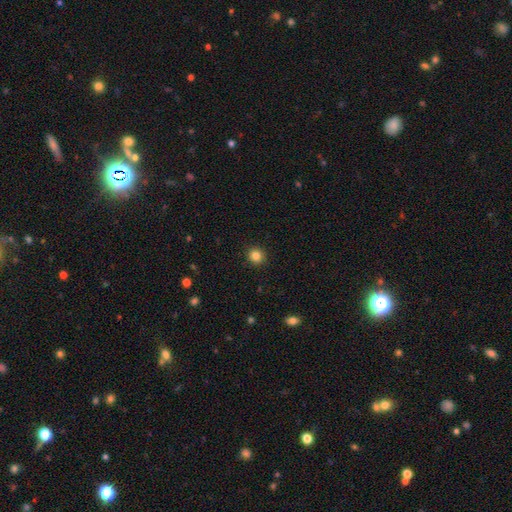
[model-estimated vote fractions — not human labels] Smooth or featured? smooth (84%)
How rounded? round (91%)
Merging? none (92%)